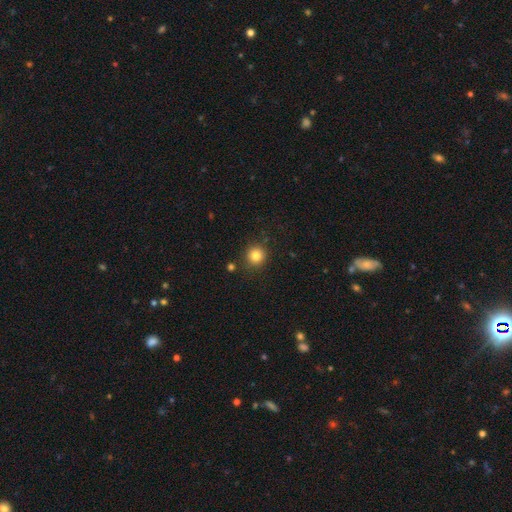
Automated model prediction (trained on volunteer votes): A smooth galaxy with no disk features (82%) that is round (93%). Merging: none (86%).